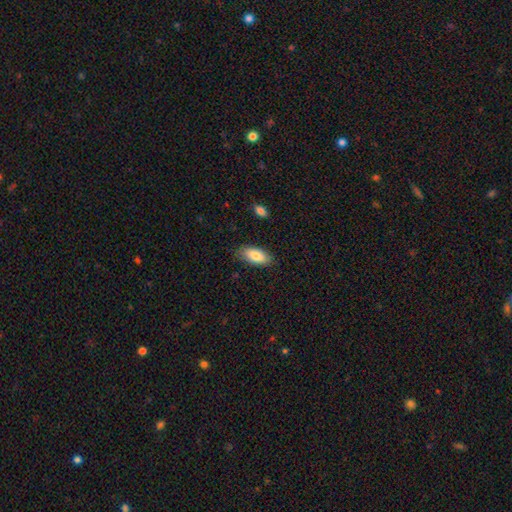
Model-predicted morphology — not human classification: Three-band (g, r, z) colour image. It shows a smooth galaxy with no disk features (83%) that is in between round and cigar-shaped (87%). Merging: none (83%).